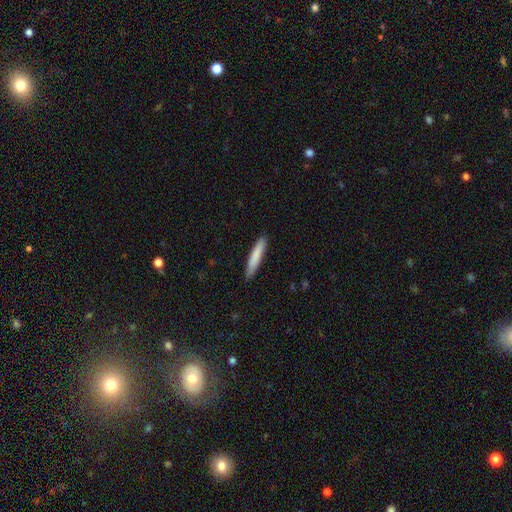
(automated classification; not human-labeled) This is clearly a smooth galaxy (82%). How rounded: clearly cigar-shaped (91%). Merging: clearly none (89%).